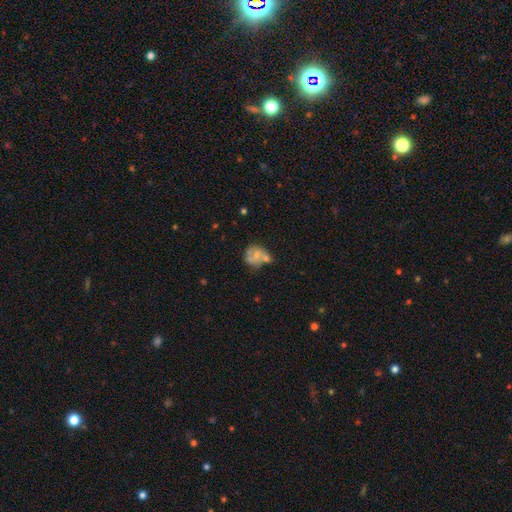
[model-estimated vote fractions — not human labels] A featured or disk galaxy (46%). Merging: none (34%).